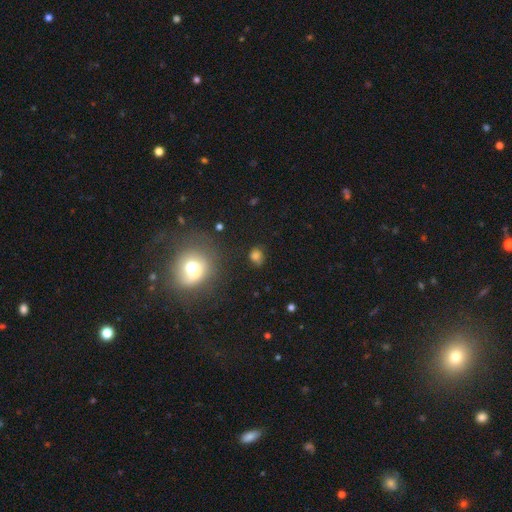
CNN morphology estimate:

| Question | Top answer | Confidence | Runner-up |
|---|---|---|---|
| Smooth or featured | smooth | 70% | star or artifact (19%) |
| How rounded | round | 61% | in between (38%) |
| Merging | none | 69% | minor disturbance (18%) |